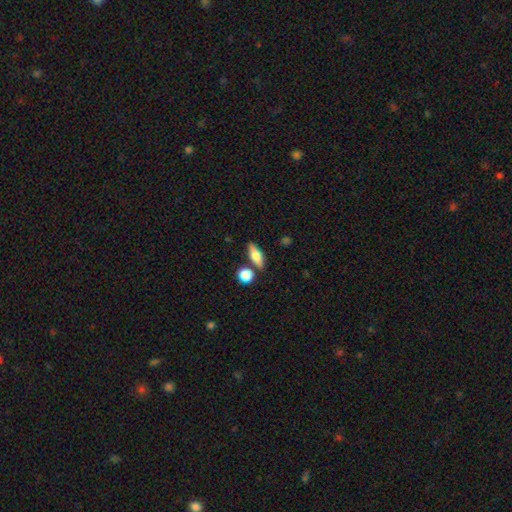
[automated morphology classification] This is likely a smooth galaxy (68%). How rounded: likely in between (63%). Merging: likely none (77%).